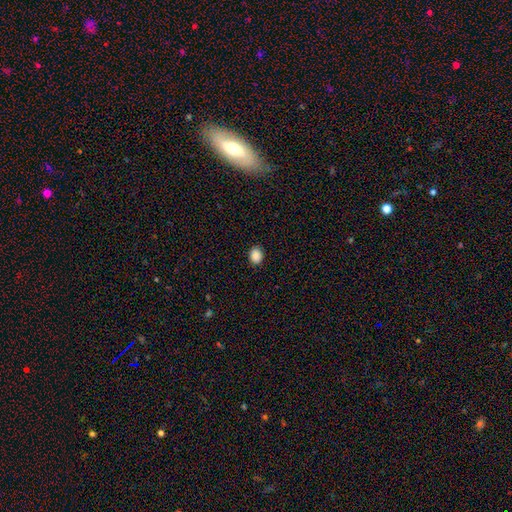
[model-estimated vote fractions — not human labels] smooth_or_featured: smooth (p=0.88) [alt: star or artifact p=0.09]
how_rounded: in between (p=0.50) [alt: round p=0.49]
merging: none (p=0.91) [alt: minor disturbance p=0.07]